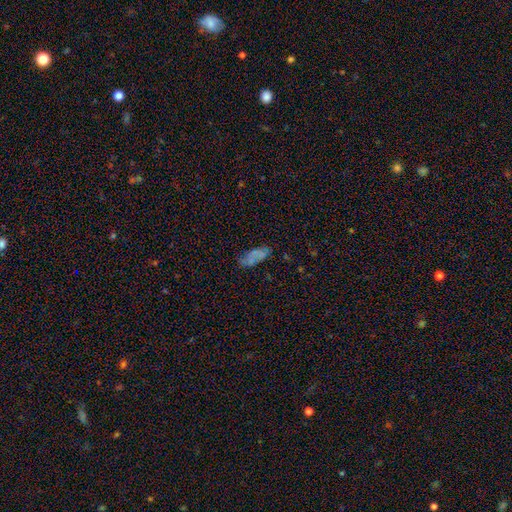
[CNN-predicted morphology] Smooth or featured: smooth — 58% (featured or disk — 27%)
How rounded: in between — 78% (cigar-shaped — 18%)
Merging: none — 63% (minor disturbance — 21%)